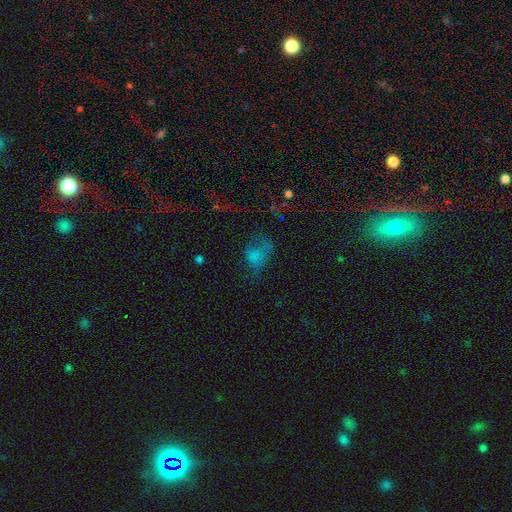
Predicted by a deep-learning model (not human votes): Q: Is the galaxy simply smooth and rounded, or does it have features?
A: smooth — 60%.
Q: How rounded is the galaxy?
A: in between — 70%.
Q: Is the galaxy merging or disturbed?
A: major disturbance — 43%.